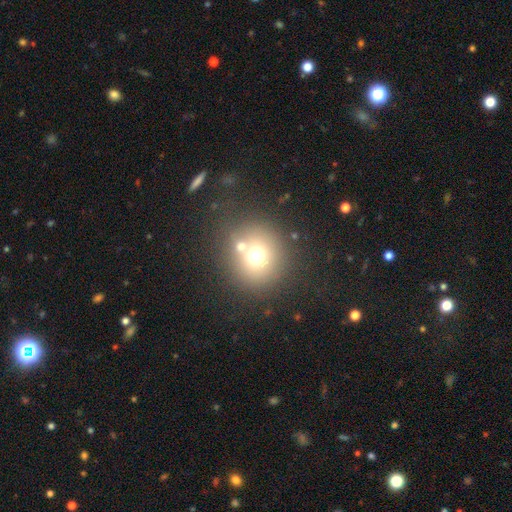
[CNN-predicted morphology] Smooth or featured? Predicted: smooth (p=0.68). How rounded? Predicted: round (p=0.88). Merging? Predicted: none (p=0.68).